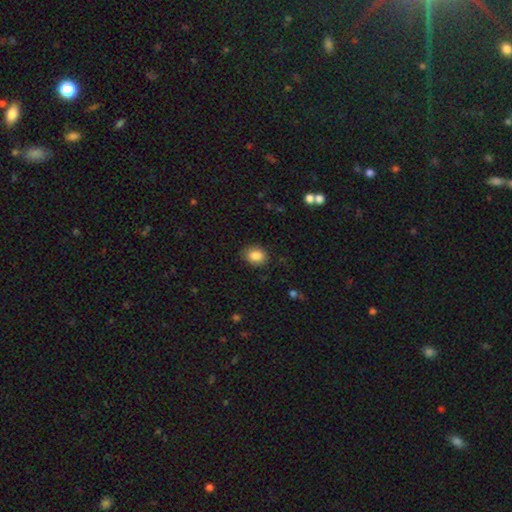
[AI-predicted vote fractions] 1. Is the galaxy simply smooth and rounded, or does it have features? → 87% smooth, 8% star or artifact, 5% featured or disk.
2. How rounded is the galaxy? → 62% in between, 37% round, 1% cigar-shaped.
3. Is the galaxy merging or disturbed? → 84% none, 12% minor disturbance, 3% major disturbance, 1% merger.